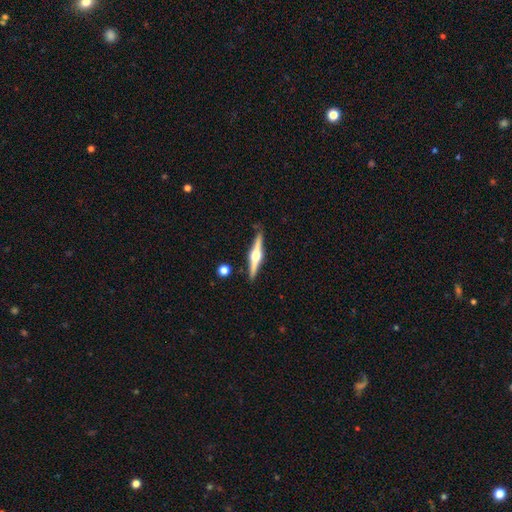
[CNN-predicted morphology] A featured or disk galaxy (80%) viewed edge-on (98%) with a rounded central bulge (95%).

Vote fractions:
- Smooth or featured? featured or disk: 80% / smooth: 15% / star or artifact: 5%
- Edge-on disk? yes: 98% / no: 2%
- Edge-on bulge? rounded: 95% / boxy: 3% / none: 2%
- Merging? none: 89% / minor disturbance: 8% / merger: 2% / major disturbance: 2%